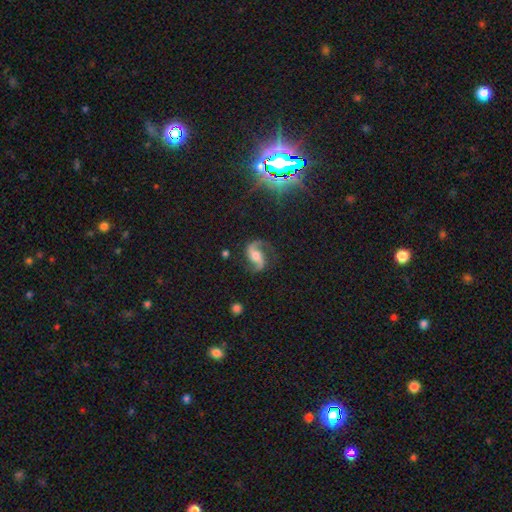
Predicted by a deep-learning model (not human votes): Smooth or featured: featured or disk — 88% (star or artifact — 6%)
Edge-on disk: no — 97% (yes — 3%)
Bar: no — 39% (weak — 35%)
Spiral arms: yes — 97% (no — 3%)
Spiral winding: loose — 53% (medium — 39%)
Spiral arm count: 2 — 93% (1 — 2%)
Bulge size: moderate — 59% (small — 24%)
Merging: none — 77% (minor disturbance — 14%)